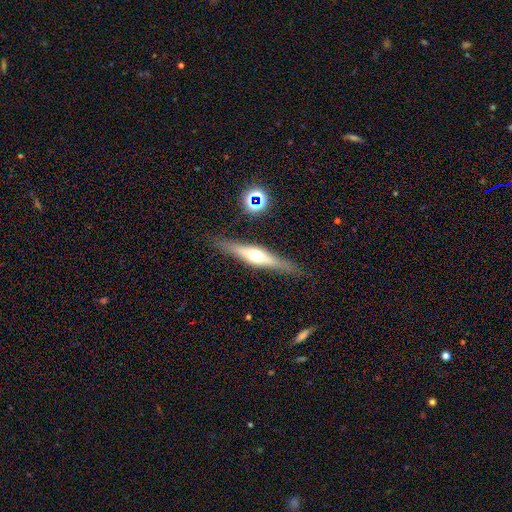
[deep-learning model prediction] This is likely a featured or disk galaxy (63%). It is clearly viewed edge-on (95%). Edge-on bulge: clearly rounded (91%). Merging: clearly none (86%).